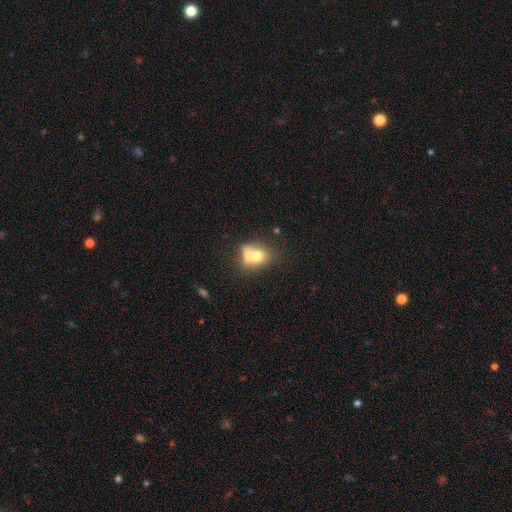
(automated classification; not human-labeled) Smooth or featured?
  - smooth: 65% *
  - featured or disk: 24%
  - star or artifact: 10%
How rounded?
  - round: 49% * (tied)
  - in between: 49% * (tied)
  - cigar-shaped: 2%
Merging?
  - merger: 52% *
  - none: 29%
  - minor disturbance: 12%
  - major disturbance: 7%